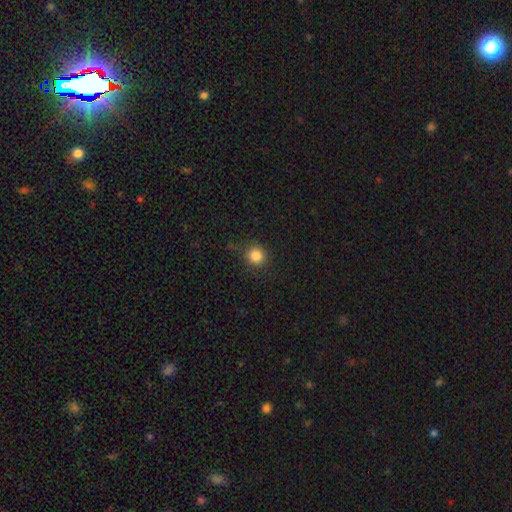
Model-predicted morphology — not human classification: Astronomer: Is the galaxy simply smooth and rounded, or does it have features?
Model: smooth — 84%.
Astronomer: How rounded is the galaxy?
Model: round — 92%.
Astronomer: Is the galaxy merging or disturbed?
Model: none — 84%.